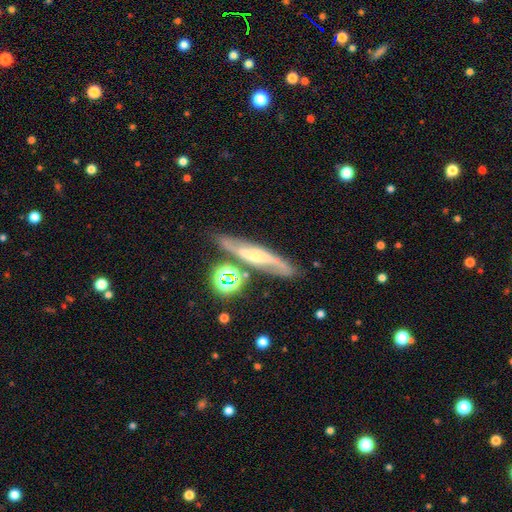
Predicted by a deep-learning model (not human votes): The model was most divided on "edge-on disk": no: 54%, yes: 46%. More confident: merging — none (72%); smooth or featured — featured or disk (71%).